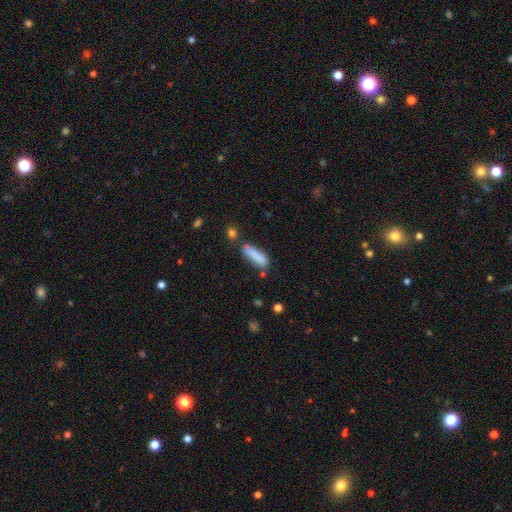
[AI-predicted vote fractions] Smooth or featured?
  - smooth: 84% *
  - featured or disk: 9%
  - star or artifact: 7%
How rounded?
  - cigar-shaped: 64% *
  - in between: 34%
  - round: 2%
Merging?
  - none: 64% *
  - minor disturbance: 20%
  - merger: 11%
  - major disturbance: 6%